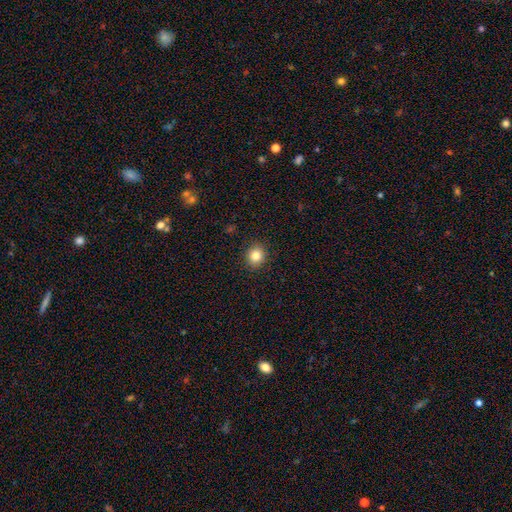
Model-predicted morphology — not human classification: Q: Smooth or featured?
A: smooth (83%); runner-up: star or artifact (11%)
Q: How rounded?
A: round (83%); runner-up: in between (16%)
Q: Merging?
A: none (91%); runner-up: minor disturbance (6%)